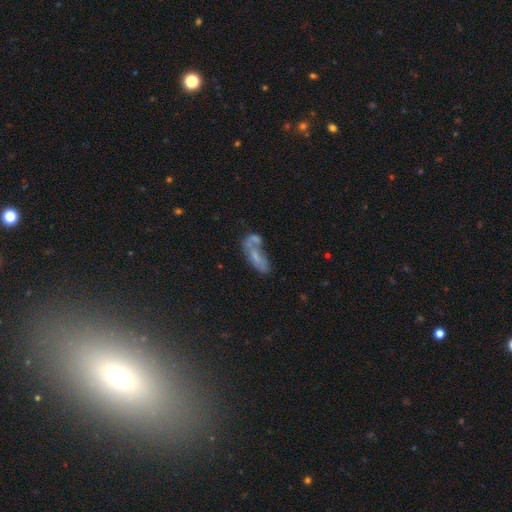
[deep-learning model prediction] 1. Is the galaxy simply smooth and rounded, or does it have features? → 44% featured or disk, 42% smooth, 14% star or artifact.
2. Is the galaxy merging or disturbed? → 41% merger, 26% none, 19% major disturbance, 14% minor disturbance.